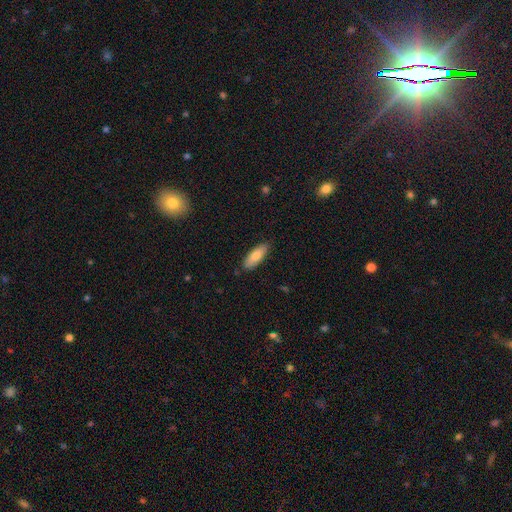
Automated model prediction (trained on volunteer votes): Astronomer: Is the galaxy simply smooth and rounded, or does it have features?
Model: smooth — 79%.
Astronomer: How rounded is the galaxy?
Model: in between — 64%.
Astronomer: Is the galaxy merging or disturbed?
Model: none — 85%.